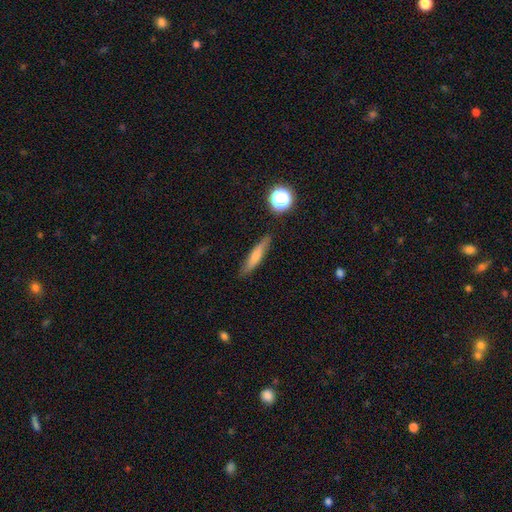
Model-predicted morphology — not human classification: A smooth galaxy with no disk features (63%) that is cigar-shaped (85%).

Vote fractions:
- Smooth or featured? smooth: 63% / featured or disk: 29% / star or artifact: 8%
- How rounded? cigar-shaped: 85% / in between: 12% / round: 3%
- Merging? none: 82% / minor disturbance: 13% / major disturbance: 3% / merger: 2%